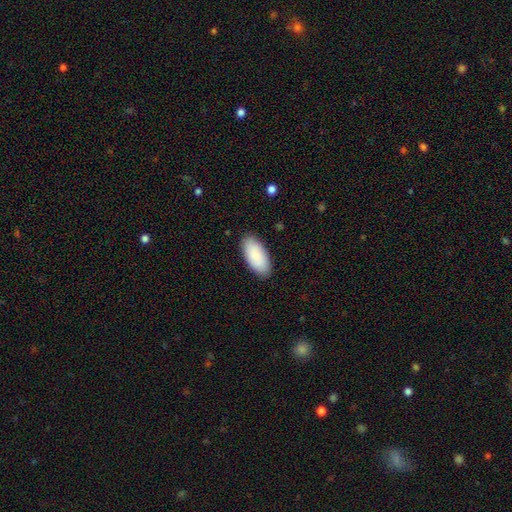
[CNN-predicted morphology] This appears to be a smooth galaxy with no disk features (88%) that is in between round and cigar-shaped (94%). Merging: none (88%).